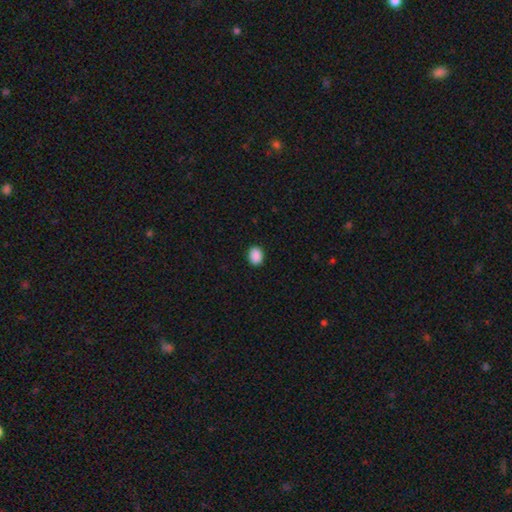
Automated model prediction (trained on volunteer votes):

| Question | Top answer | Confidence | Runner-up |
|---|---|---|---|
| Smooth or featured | smooth | 90% | star or artifact (8%) |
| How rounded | in between | 63% | round (36%) |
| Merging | none | 90% | minor disturbance (7%) |